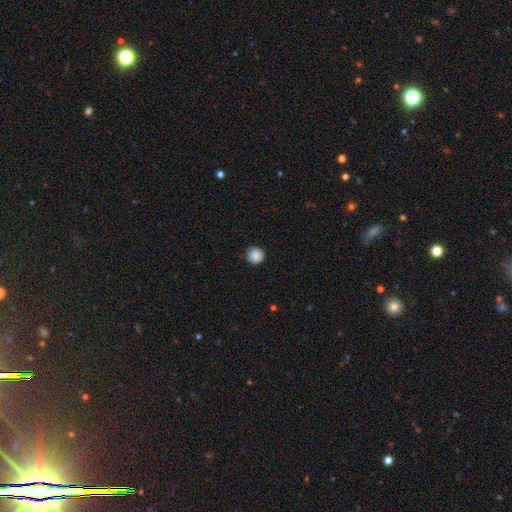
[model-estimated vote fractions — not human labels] Smooth or featured?
  - smooth: 88% *
  - star or artifact: 9%
  - featured or disk: 3%
How rounded?
  - round: 95% *
  - in between: 4%
  - cigar-shaped: 1%
Merging?
  - none: 90% *
  - minor disturbance: 8%
  - major disturbance: 2%
  - merger: 1%